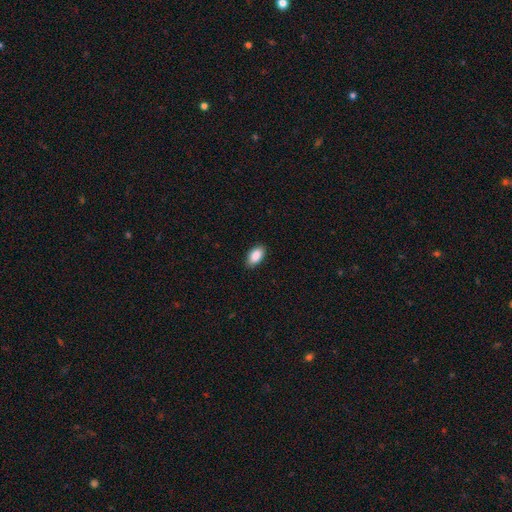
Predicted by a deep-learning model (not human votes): Smooth or featured?
  - smooth: 89% *
  - star or artifact: 7%
  - featured or disk: 4%
How rounded?
  - in between: 94% *
  - round: 4%
  - cigar-shaped: 2%
Merging?
  - none: 88% *
  - minor disturbance: 9%
  - major disturbance: 2%
  - merger: 1%